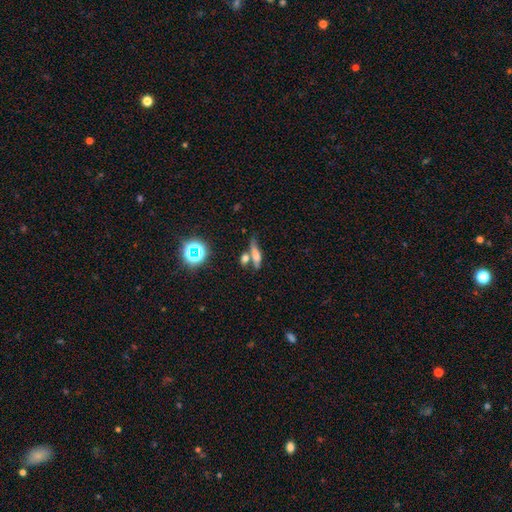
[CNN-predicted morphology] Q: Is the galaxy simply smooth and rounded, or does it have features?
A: smooth — 55%.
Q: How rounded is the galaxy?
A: cigar-shaped — 59%.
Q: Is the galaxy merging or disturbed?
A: none — 43%.